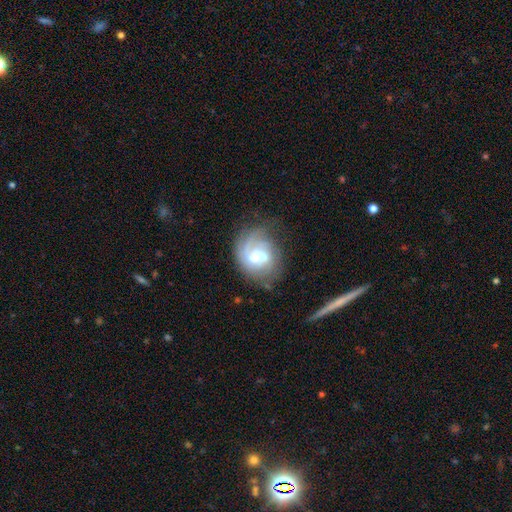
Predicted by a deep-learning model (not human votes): A featured or disk galaxy (66%) with a weak bar (47%), 2 (31%) tight (44%) spiral arms (85%) and a moderate central bulge (36%).

Vote fractions:
- Smooth or featured? featured or disk: 66% / smooth: 26% / star or artifact: 8%
- Edge-on disk? no: 97% / yes: 3%
- Bar? weak: 47% / no: 31% / strong: 22%
- Spiral arms? yes: 85% / no: 15%
- Spiral winding? tight: 44% / medium: 36% / loose: 19%
- Spiral arm count? 2: 31% / 1: 28% / can't tell: 26% / 3: 9% / 4: 3% / more than 4: 2%
- Bulge size? moderate: 36% / large: 35% / small: 13% / none: 12% / dominant: 5%
- Merging? none: 53% / minor disturbance: 24% / major disturbance: 20% / merger: 3%